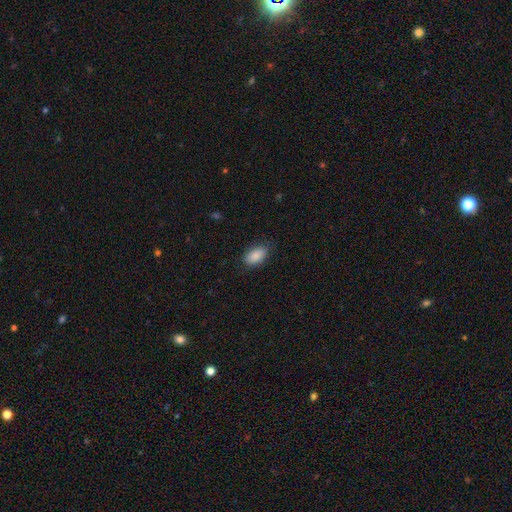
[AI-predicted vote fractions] A smooth galaxy with no disk features (88%) that is in between round and cigar-shaped (92%).

Vote fractions:
- Smooth or featured? smooth: 88% / star or artifact: 7% / featured or disk: 5%
- How rounded? in between: 92% / round: 5% / cigar-shaped: 3%
- Merging? none: 81% / minor disturbance: 14% / major disturbance: 3% / merger: 1%